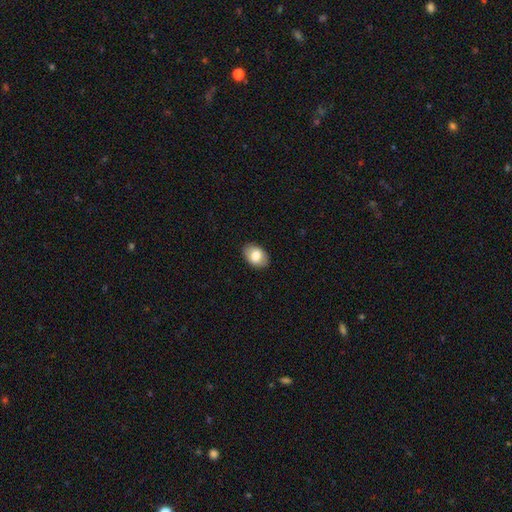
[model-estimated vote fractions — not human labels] A smooth galaxy with no disk features (80%) that is in between round and cigar-shaped (85%). Merging: none (88%).